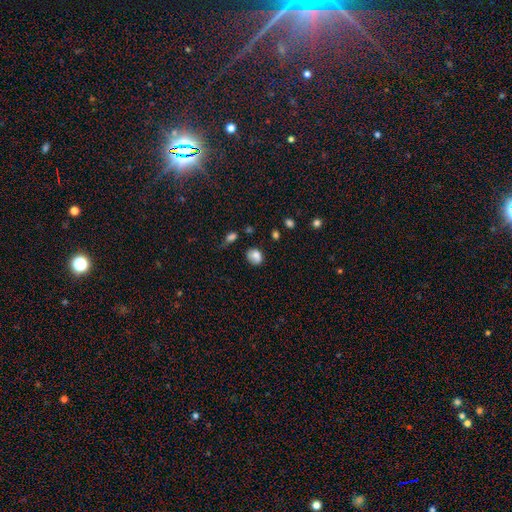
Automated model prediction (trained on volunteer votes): Smooth or featured?
  - smooth: 79% *
  - featured or disk: 11%
  - star or artifact: 10%
How rounded?
  - round: 54% *
  - in between: 45%
  - cigar-shaped: 1%
Merging?
  - none: 58% *
  - minor disturbance: 27%
  - major disturbance: 9%
  - merger: 6%